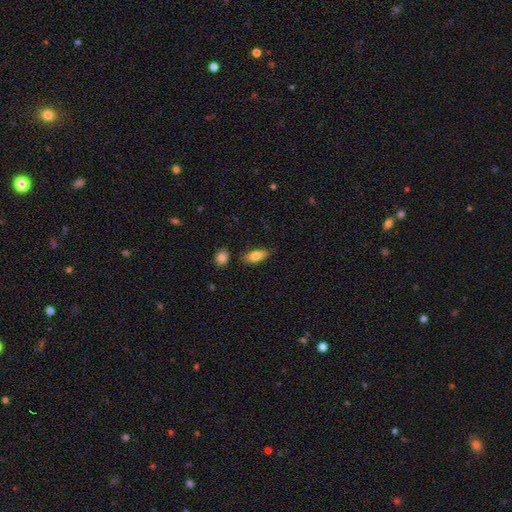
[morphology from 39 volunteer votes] This appears to be a smooth galaxy with no disk features (82%) that is in between round and cigar-shaped (88%). Merging: none (95%).